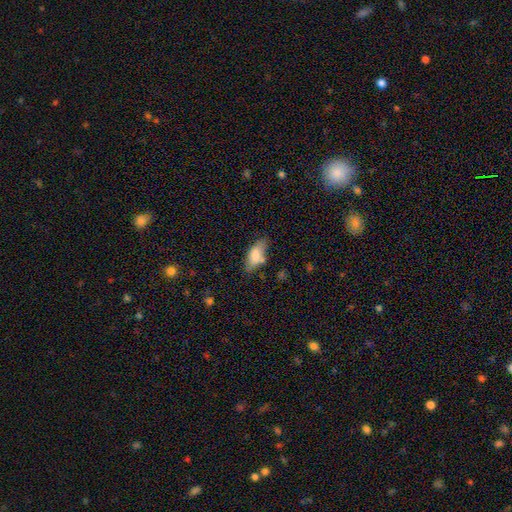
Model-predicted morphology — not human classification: A smooth galaxy with no disk features (77%) that is in between round and cigar-shaped (80%).

Vote fractions:
- Smooth or featured? smooth: 77% / featured or disk: 15% / star or artifact: 8%
- How rounded? in between: 80% / cigar-shaped: 17% / round: 3%
- Merging? none: 58% / minor disturbance: 26% / major disturbance: 8% / merger: 8%